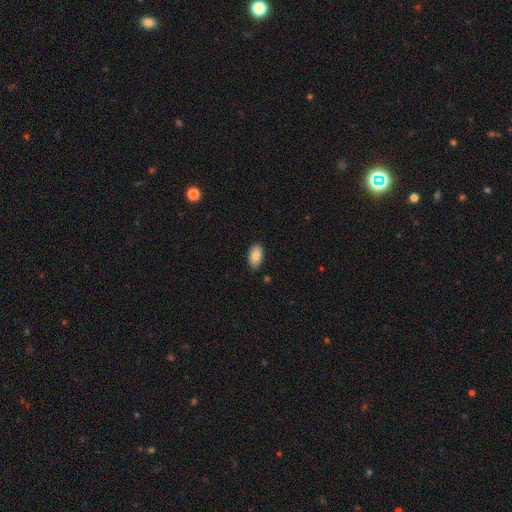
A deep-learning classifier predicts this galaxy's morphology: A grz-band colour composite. It shows a smooth galaxy with no disk features (85%) that is in between round and cigar-shaped (95%). Merging: none (88%).